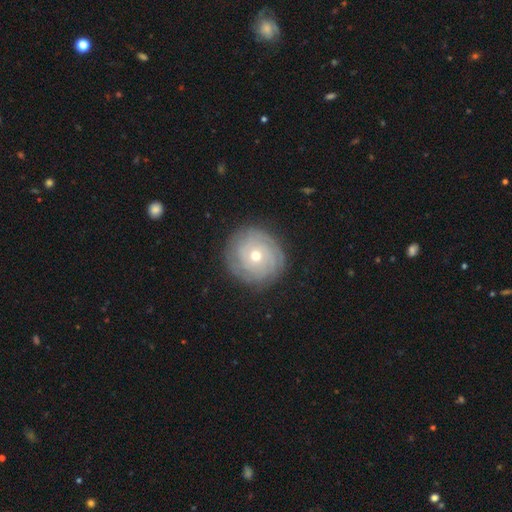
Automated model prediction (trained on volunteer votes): This is likely a featured or disk galaxy (75%). It is clearly not viewed edge-on (97%). Bar: clearly no (82%). Spiral arm pattern: clearly yes (91%). Spiral arm count: marginally can't tell (39%). Spiral winding: clearly tight (85%). Central bulge: likely moderate (62%). Merging: clearly none (86%).